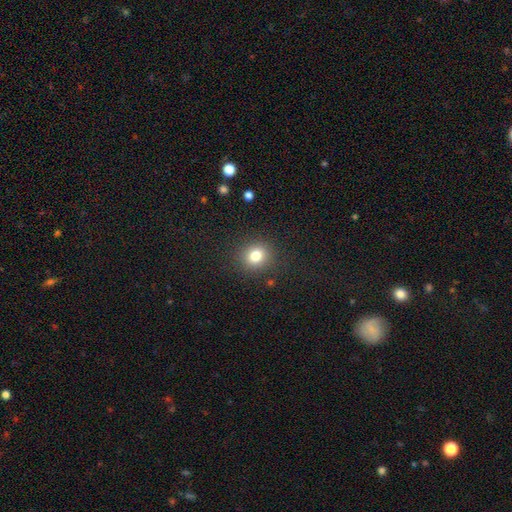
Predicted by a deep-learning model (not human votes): A smooth galaxy with no disk features (80%) that is round (77%). Merging: none (88%).